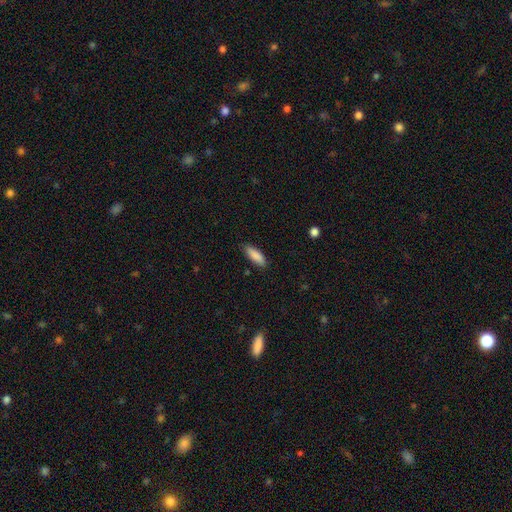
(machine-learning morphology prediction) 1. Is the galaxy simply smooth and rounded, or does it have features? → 88% smooth, 6% star or artifact, 6% featured or disk.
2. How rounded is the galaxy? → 54% in between, 44% cigar-shaped, 2% round.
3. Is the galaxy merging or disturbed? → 86% none, 11% minor disturbance, 2% major disturbance, 1% merger.